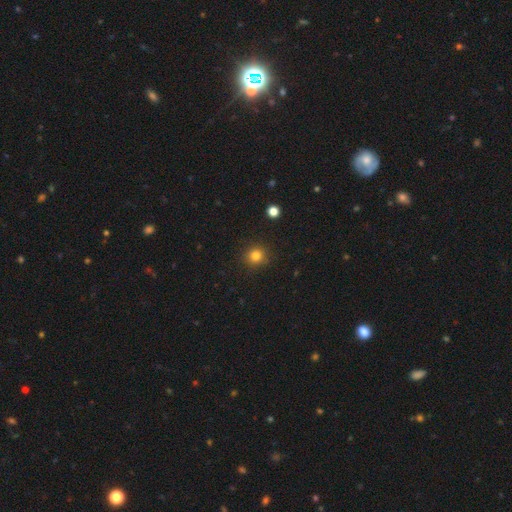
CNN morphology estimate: Q: Smooth or featured?
A: smooth (82%); runner-up: star or artifact (13%)
Q: How rounded?
A: round (91%); runner-up: in between (8%)
Q: Merging?
A: none (90%); runner-up: minor disturbance (6%)